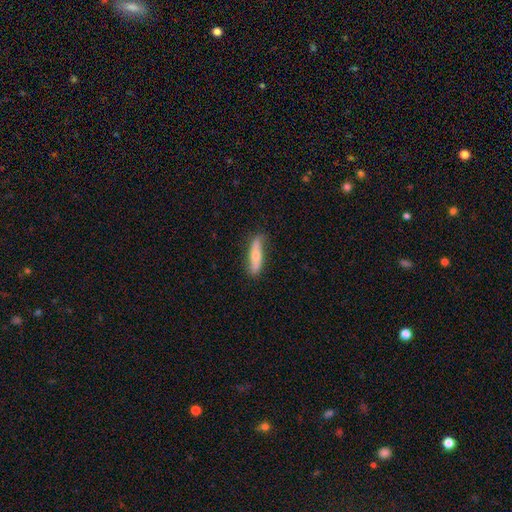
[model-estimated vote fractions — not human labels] Q: Smooth or featured?
A: smooth (56%); runner-up: featured or disk (38%)
Q: How rounded?
A: cigar-shaped (71%); runner-up: in between (26%)
Q: Merging?
A: none (80%); runner-up: minor disturbance (16%)